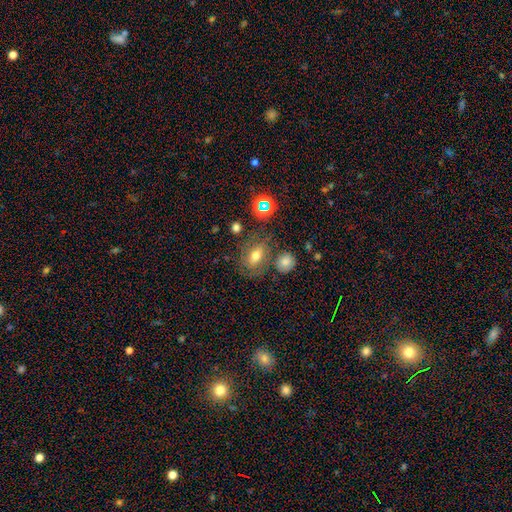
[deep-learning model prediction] Smooth or featured?
  - smooth: 58% *
  - featured or disk: 24%
  - star or artifact: 17%
How rounded?
  - in between: 71% *
  - round: 25%
  - cigar-shaped: 4%
Merging?
  - none: 63% *
  - minor disturbance: 17%
  - merger: 11%
  - major disturbance: 9%